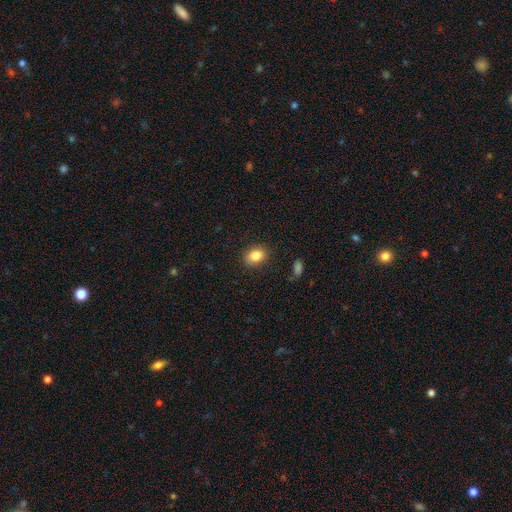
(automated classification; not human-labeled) This is clearly a smooth galaxy (85%). How rounded: likely in between (64%). Merging: clearly none (86%).